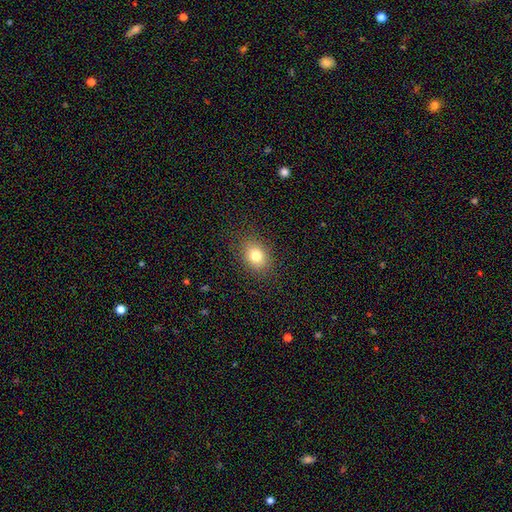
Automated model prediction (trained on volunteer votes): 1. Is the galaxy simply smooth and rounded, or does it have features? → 80% smooth, 11% star or artifact, 9% featured or disk.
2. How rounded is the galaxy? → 58% in between, 41% round, 1% cigar-shaped.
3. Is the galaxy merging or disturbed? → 85% none, 10% minor disturbance, 4% major disturbance, 1% merger.